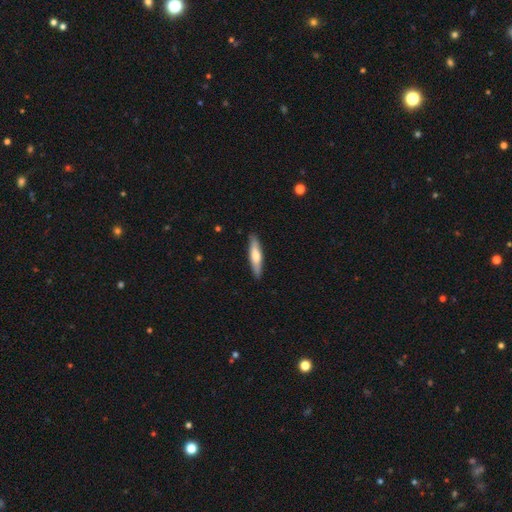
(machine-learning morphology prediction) Overall: smooth (58%; featured or disk 37%). How rounded: cigar-shaped (82%). Merging: none (88%).